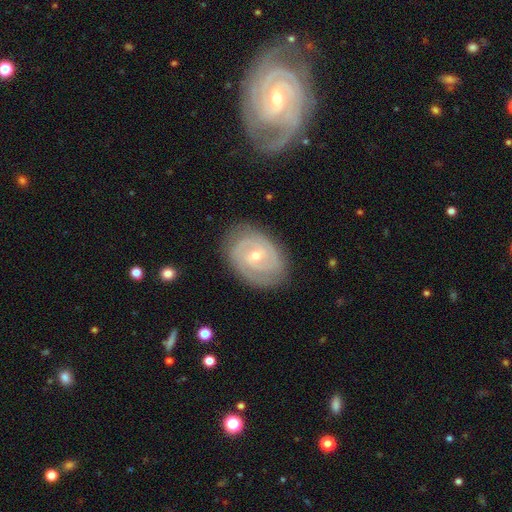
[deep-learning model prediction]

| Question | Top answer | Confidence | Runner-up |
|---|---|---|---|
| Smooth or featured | featured or disk | 85% | smooth (10%) |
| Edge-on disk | no | 97% | yes (3%) |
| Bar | no | 52% | weak (38%) |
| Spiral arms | yes | 94% | no (6%) |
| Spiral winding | tight | 70% | medium (25%) |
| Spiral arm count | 2 | 54% | can't tell (19%) |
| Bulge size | small | 57% | moderate (41%) |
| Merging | none | 81% | minor disturbance (14%) |